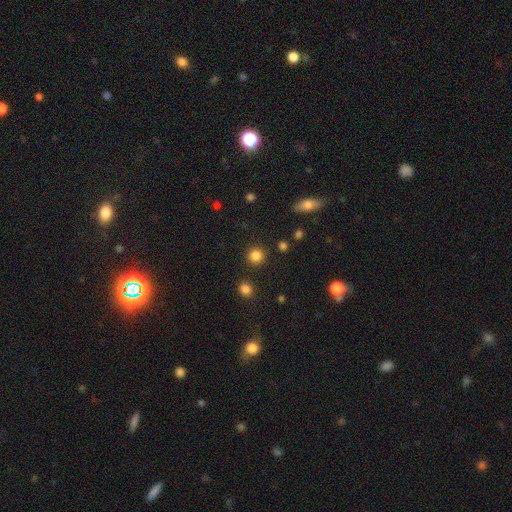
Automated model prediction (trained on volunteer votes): A smooth galaxy with no disk features (84%) that is round (93%). Merging: none (89%).